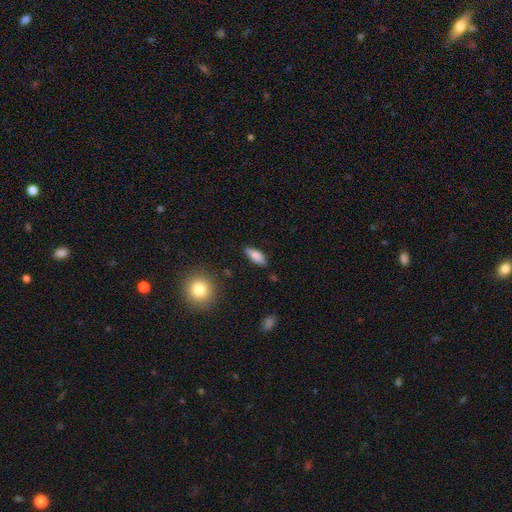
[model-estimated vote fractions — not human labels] smooth_or_featured: smooth (p=0.81) [alt: featured or disk p=0.11]
how_rounded: in between (p=0.71) [alt: cigar-shaped p=0.27]
merging: none (p=0.79) [alt: minor disturbance p=0.16]